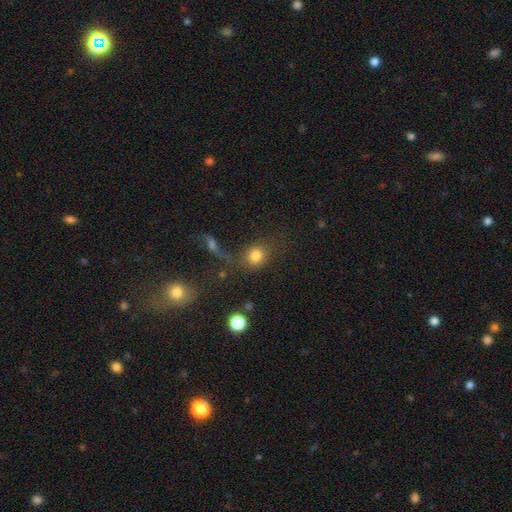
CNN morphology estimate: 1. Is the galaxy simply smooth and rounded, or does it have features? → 77% smooth, 13% star or artifact, 10% featured or disk.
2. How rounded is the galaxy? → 75% round, 23% in between, 2% cigar-shaped.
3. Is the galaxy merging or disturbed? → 57% none, 18% merger, 13% minor disturbance, 12% major disturbance.